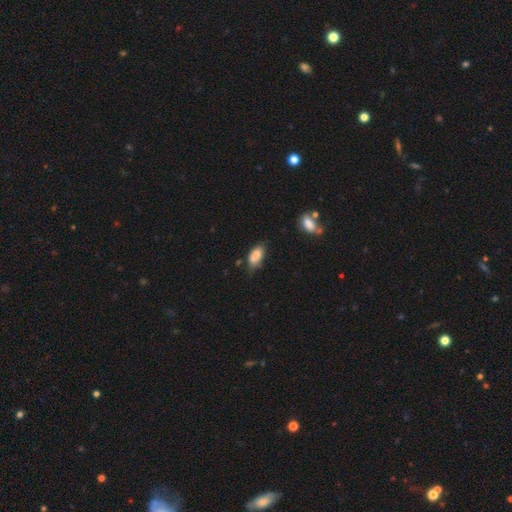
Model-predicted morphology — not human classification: Smooth or featured? smooth (82%)
How rounded? in between (89%)
Merging? none (47%)